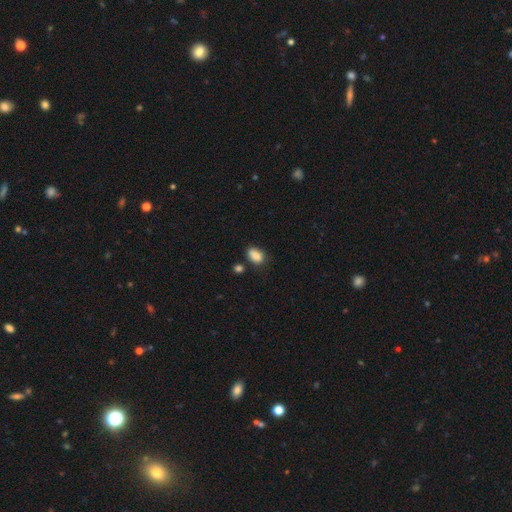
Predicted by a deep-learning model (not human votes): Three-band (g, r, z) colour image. It shows a smooth galaxy with no disk features (84%) that is in between round and cigar-shaped (80%). Merging: none (63%).